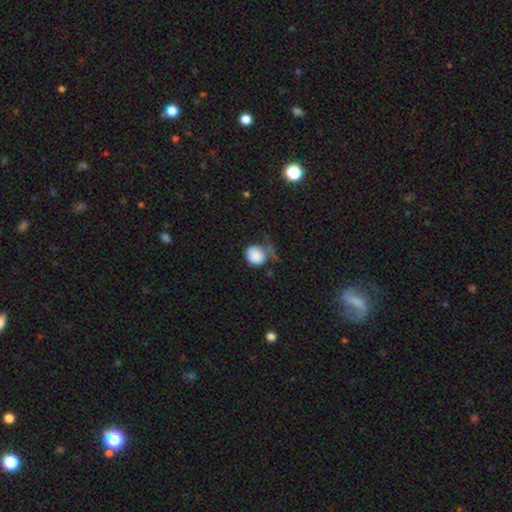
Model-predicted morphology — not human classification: Overall: smooth (84%). How rounded: round (74%). Merging: none (38%; minor disturbance 30%).